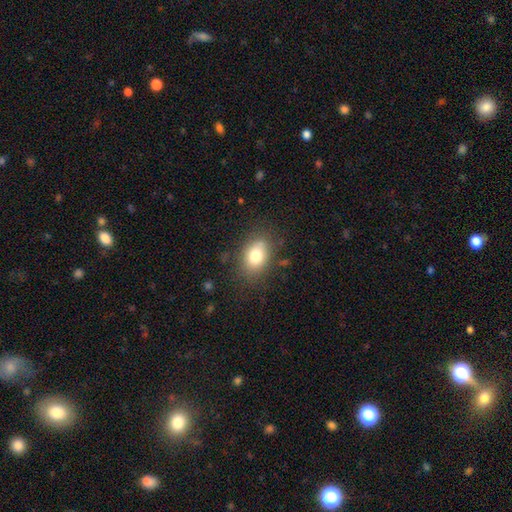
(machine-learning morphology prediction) This appears to be a smooth galaxy with no disk features (77%) that is in between round and cigar-shaped (77%). Merging: none (76%).